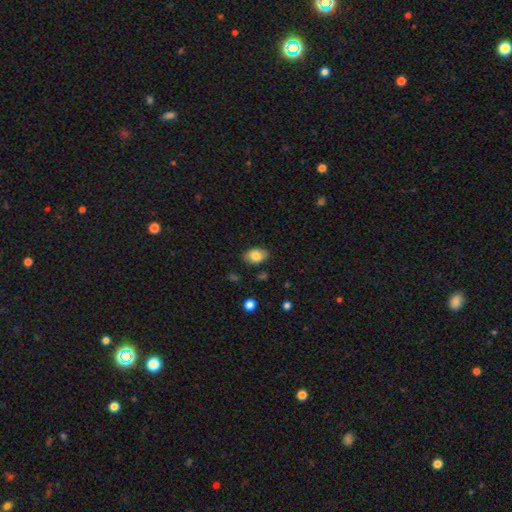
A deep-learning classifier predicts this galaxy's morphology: This appears to be a smooth galaxy with no disk features (82%) that is in between round and cigar-shaped (86%). Merging: none (84%).